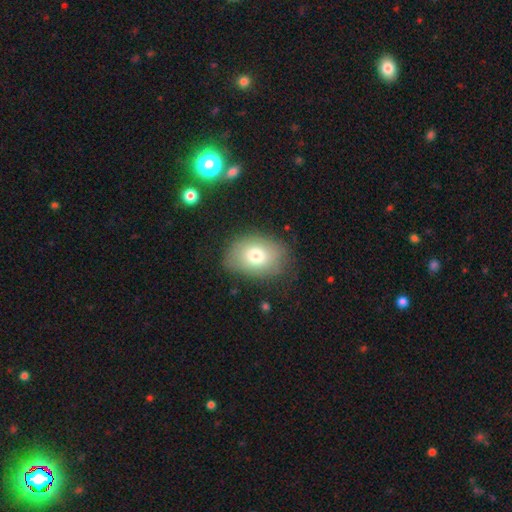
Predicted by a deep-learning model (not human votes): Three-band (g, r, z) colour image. It shows a smooth galaxy with no disk features (76%) that is in between round and cigar-shaped (74%). Merging: none (78%).